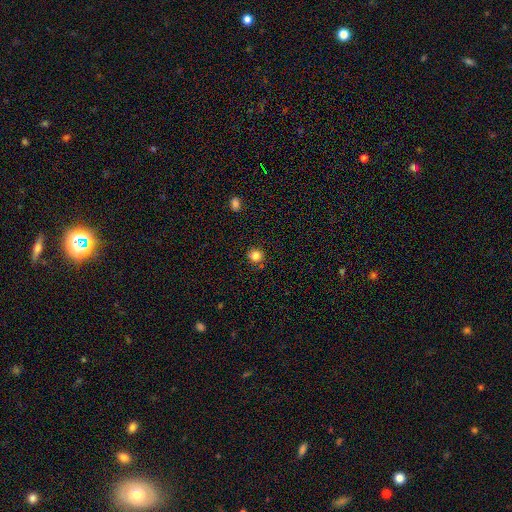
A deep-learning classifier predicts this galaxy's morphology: Smooth or featured: smooth — 82% (star or artifact — 12%)
How rounded: round — 91% (in between — 8%)
Merging: none — 87% (minor disturbance — 9%)